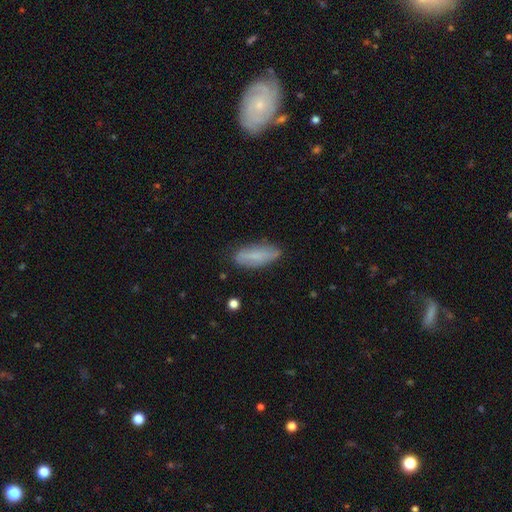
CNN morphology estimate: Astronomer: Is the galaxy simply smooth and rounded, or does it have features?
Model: smooth — 68%.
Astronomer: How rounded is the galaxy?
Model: in between — 69%.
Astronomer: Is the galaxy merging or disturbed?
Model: none — 74%.